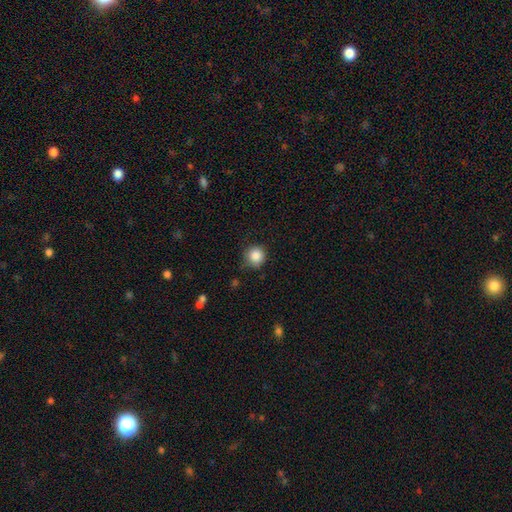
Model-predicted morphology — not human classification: type=smooth (86%); roundness=round (94%); merging=none (79%).